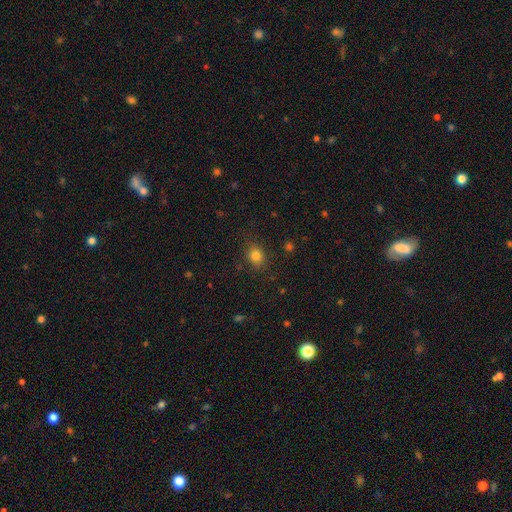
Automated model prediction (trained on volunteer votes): This is clearly a smooth galaxy (81%). How rounded: likely round (64%). Merging: clearly none (82%).